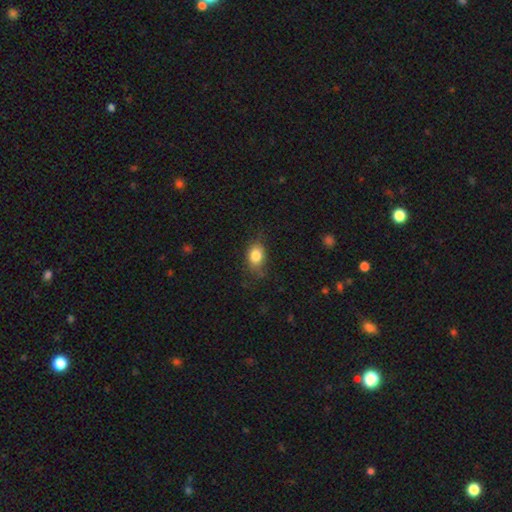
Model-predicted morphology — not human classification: A smooth galaxy with no disk features (82%) that is in between round and cigar-shaped (69%). Merging: none (66%).